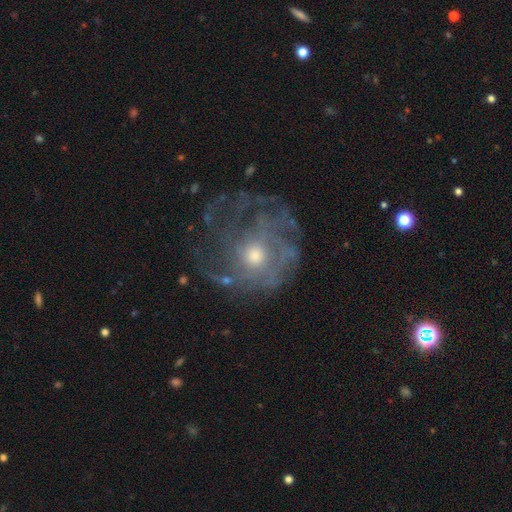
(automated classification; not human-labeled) Smooth or featured? featured or disk (73%)
Edge-on disk? no (97%)
Bar? no (84%)
Spiral arms? yes (64%)
Bulge size? moderate (58%)
Merging? none (54%)